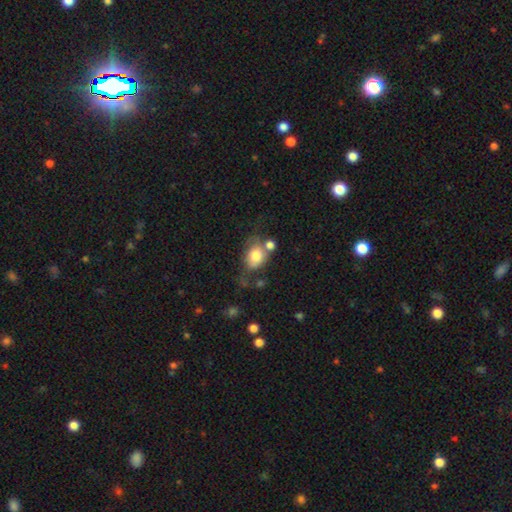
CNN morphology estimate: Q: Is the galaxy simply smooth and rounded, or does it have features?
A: smooth — 75%.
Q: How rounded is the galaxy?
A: in between — 57%.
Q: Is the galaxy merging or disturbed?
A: none — 41%.